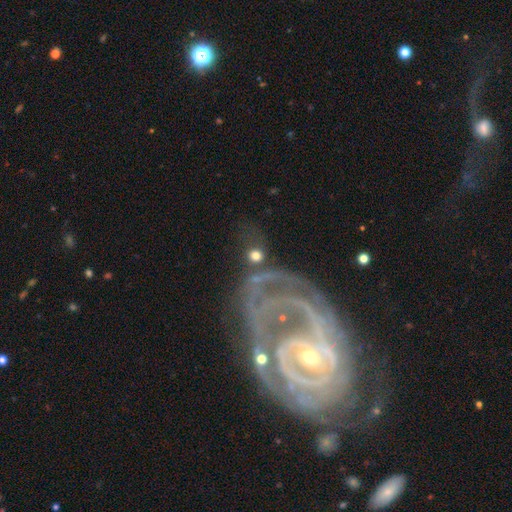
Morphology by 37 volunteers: smooth_or_featured: smooth (p=0.68) [alt: featured or disk p=0.27]
how_rounded: round (p=0.84) [alt: in between p=0.16]
merging: none (p=0.43) [alt: merger p=0.31]